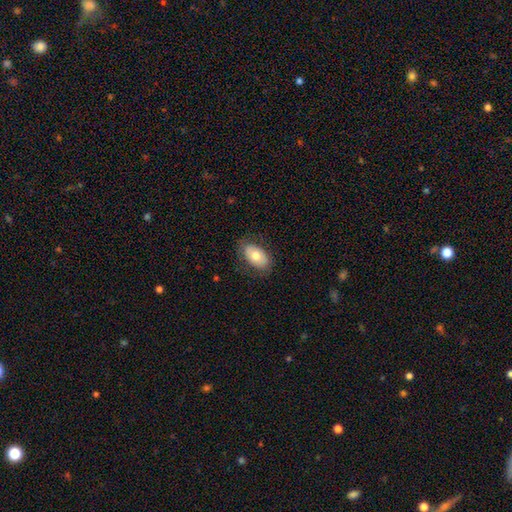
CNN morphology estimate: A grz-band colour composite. It shows a smooth galaxy with no disk features (72%) that is in between round and cigar-shaped (93%). Merging: none (79%).